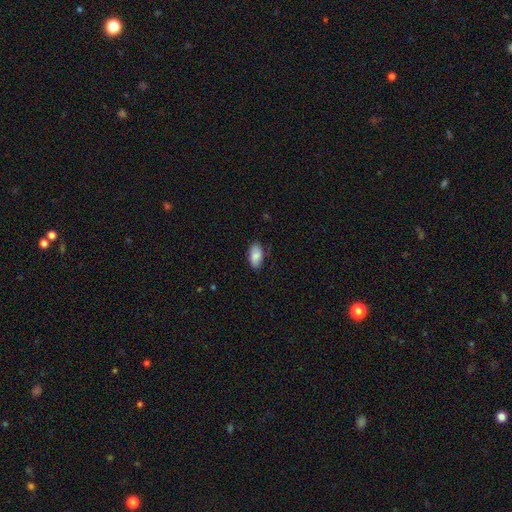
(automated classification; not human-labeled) A smooth galaxy with no disk features (84%) that is in between round and cigar-shaped (94%).

Vote fractions:
- Smooth or featured? smooth: 84% / featured or disk: 10% / star or artifact: 6%
- How rounded? in between: 94% / round: 3% / cigar-shaped: 3%
- Merging? none: 80% / minor disturbance: 16% / major disturbance: 3% / merger: 1%